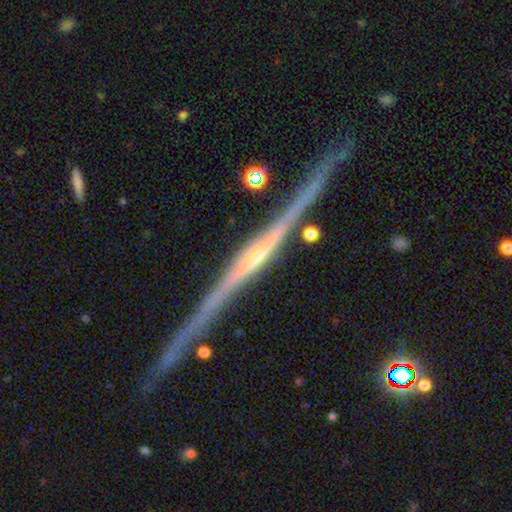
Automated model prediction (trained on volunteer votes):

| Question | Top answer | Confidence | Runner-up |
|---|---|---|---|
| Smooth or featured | featured or disk | 83% | smooth (10%) |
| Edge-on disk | yes | 96% | no (4%) |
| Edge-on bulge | rounded | 44% | none (34%) |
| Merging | none | 72% | minor disturbance (18%) |